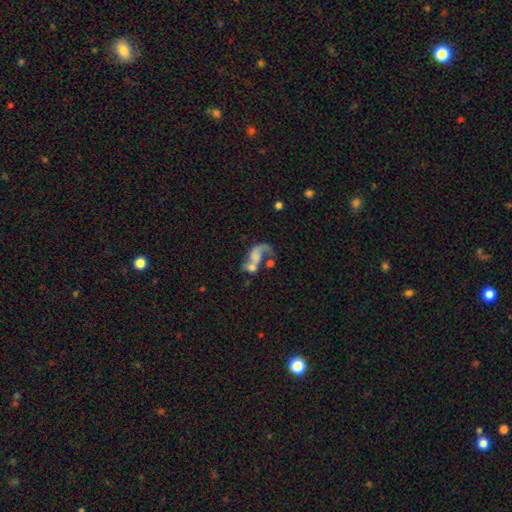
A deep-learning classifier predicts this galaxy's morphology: smooth_or_featured: featured or disk (p=0.58) [alt: smooth p=0.31]
disk_edge_on: no (p=0.97) [alt: yes p=0.03]
bar: no (p=0.75) [alt: weak p=0.19]
has_spiral_arms: yes (p=0.61) [alt: no p=0.39]
bulge_size: none (p=0.54) [alt: small p=0.18]
merging: merger (p=0.46) [alt: major disturbance p=0.29]